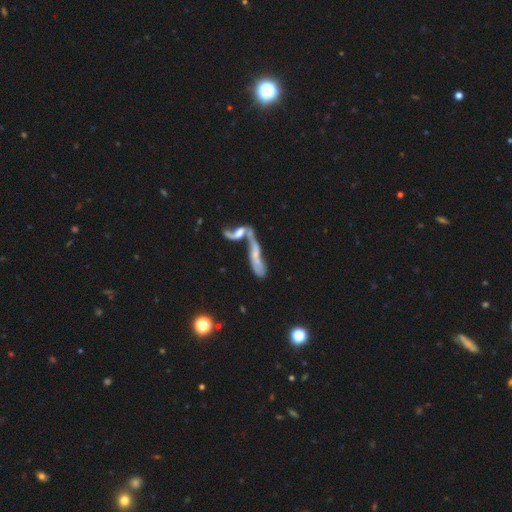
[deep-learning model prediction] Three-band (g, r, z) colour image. It shows a featured or disk galaxy (56%). Merging: merger (68%).